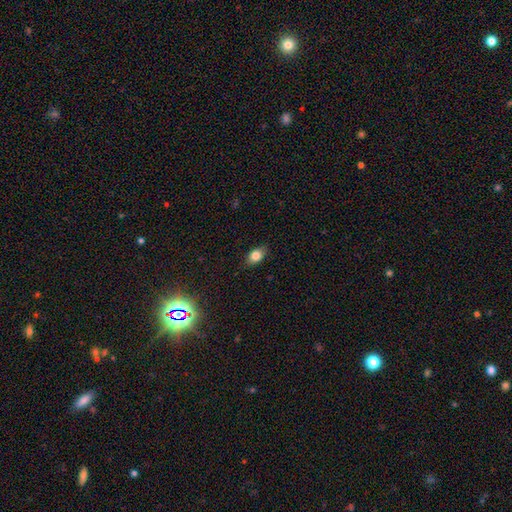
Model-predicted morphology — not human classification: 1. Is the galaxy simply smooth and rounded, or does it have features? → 82% smooth, 9% star or artifact, 9% featured or disk.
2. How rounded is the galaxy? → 83% in between, 14% round, 3% cigar-shaped.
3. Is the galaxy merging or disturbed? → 85% none, 12% minor disturbance, 2% major disturbance, 1% merger.